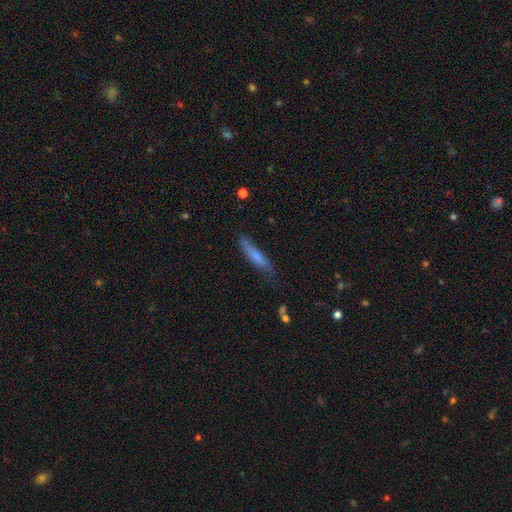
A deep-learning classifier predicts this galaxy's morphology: This is likely a smooth galaxy (69%). How rounded: clearly cigar-shaped (83%). Merging: likely none (69%).